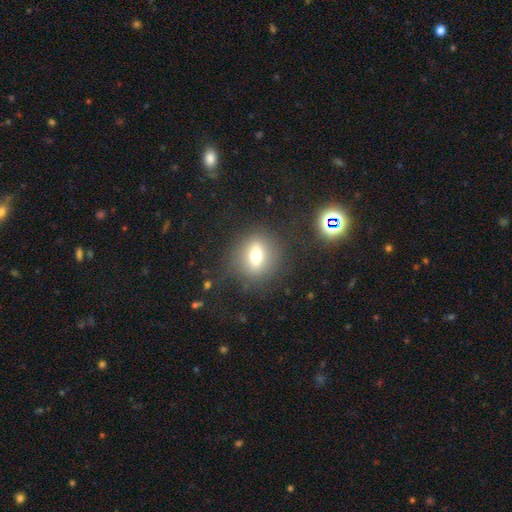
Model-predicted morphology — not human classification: smooth_or_featured: smooth (p=0.63) [alt: featured or disk p=0.23]
how_rounded: round (p=0.55) [alt: in between p=0.41]
merging: none (p=0.81) [alt: minor disturbance p=0.11]